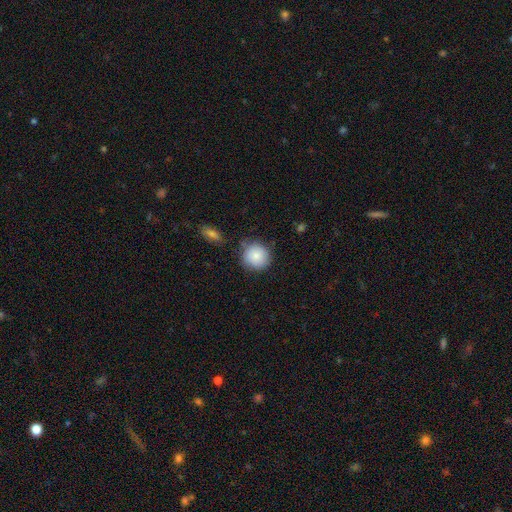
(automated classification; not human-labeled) A smooth galaxy with no disk features (86%) that is round (91%).

Vote fractions:
- Smooth or featured? smooth: 86% / star or artifact: 7% / featured or disk: 7%
- How rounded? round: 91% / in between: 8% / cigar-shaped: 1%
- Merging? none: 78% / minor disturbance: 14% / merger: 4% / major disturbance: 3%